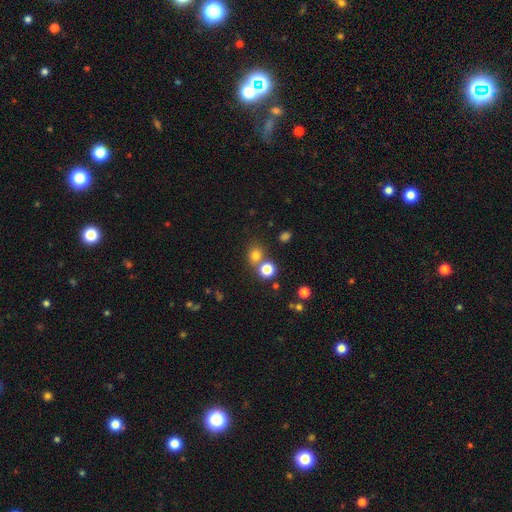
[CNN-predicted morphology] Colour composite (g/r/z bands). It shows a smooth galaxy with no disk features (76%) that is round (81%). Merging: none (63%).